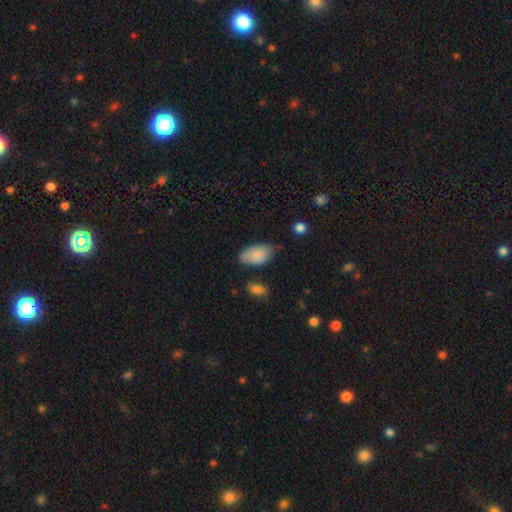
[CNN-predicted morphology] Smooth or featured?
  - smooth: 84% *
  - featured or disk: 10%
  - star or artifact: 7%
How rounded?
  - in between: 94% *
  - round: 5%
  - cigar-shaped: 2%
Merging?
  - none: 58% *
  - minor disturbance: 31%
  - major disturbance: 6%
  - merger: 5%